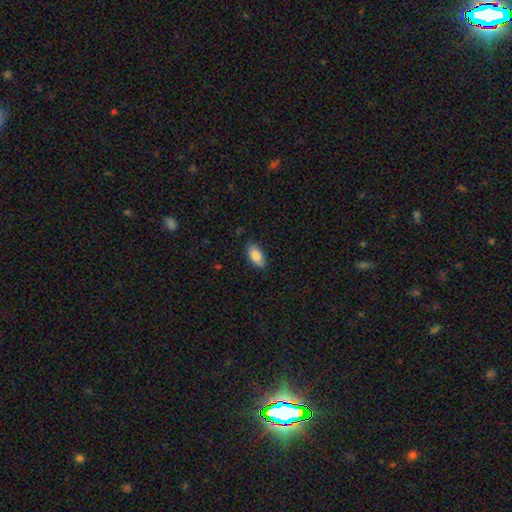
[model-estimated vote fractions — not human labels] smooth-or-featured: smooth: 85% | featured or disk: 8% | star or artifact: 7%
  how-rounded: in between: 91% | cigar-shaped: 7% | round: 2%
  merging: none: 86% | minor disturbance: 11% | major disturbance: 2% | merger: 1%